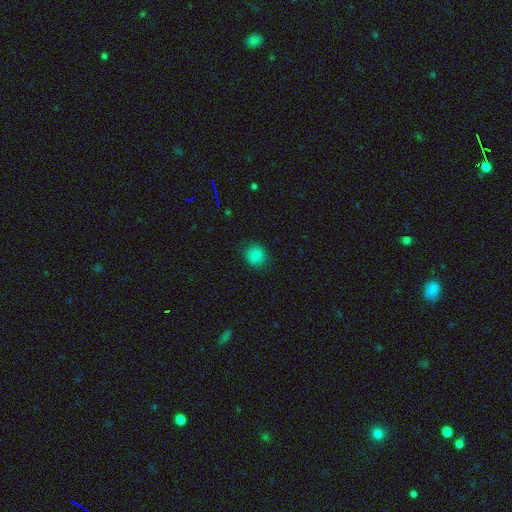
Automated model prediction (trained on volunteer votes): The model was most divided on "how rounded": round: 85%, in between: 14%, cigar-shaped: 1%. More confident: merging — none (85%); smooth or featured — smooth (84%).